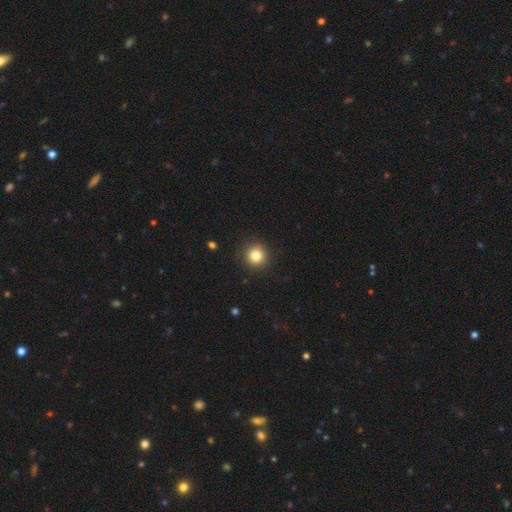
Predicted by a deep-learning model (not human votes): Smooth or featured? Predicted: smooth (p=0.82). How rounded? Predicted: round (p=0.94). Merging? Predicted: none (p=0.91).